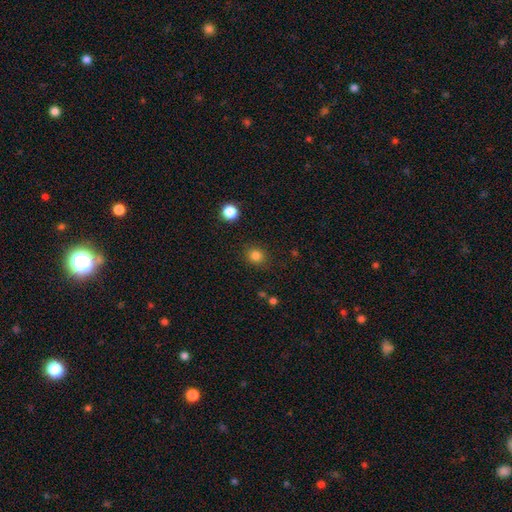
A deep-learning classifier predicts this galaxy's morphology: type=smooth (83%); roundness=round (84%); merging=none (87%).